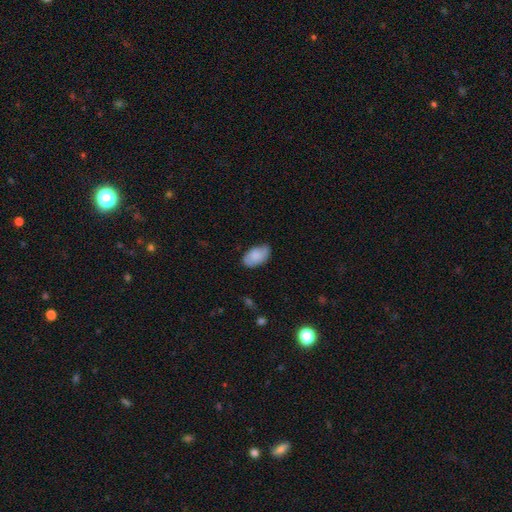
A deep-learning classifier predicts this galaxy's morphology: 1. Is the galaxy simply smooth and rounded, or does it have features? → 77% smooth, 17% featured or disk, 6% star or artifact.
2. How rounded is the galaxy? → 94% in between, 5% round, 1% cigar-shaped.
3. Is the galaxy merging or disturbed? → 67% none, 27% minor disturbance, 5% major disturbance, 1% merger.